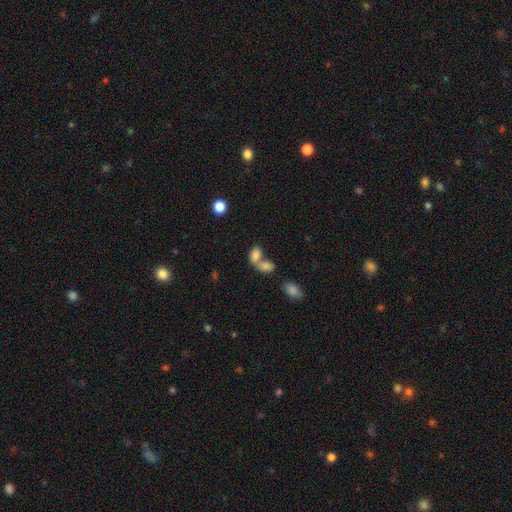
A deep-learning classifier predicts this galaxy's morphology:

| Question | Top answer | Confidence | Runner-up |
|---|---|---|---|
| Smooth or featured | smooth | 79% | featured or disk (11%) |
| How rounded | in between | 88% | round (10%) |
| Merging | merger | 66% | none (22%) |